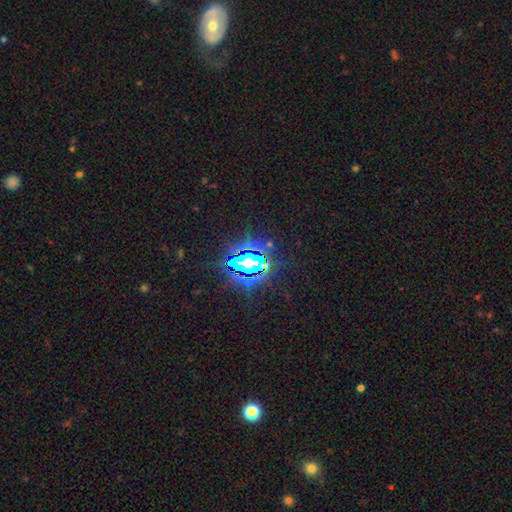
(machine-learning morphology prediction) Smooth or featured? Predicted: star or artifact (p=0.82).